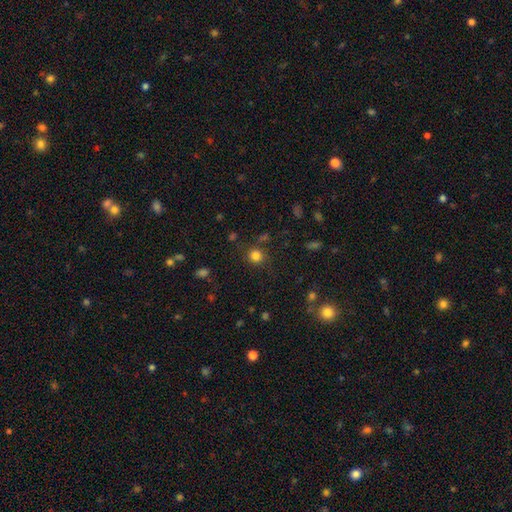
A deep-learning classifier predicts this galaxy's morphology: This appears to be a smooth galaxy with no disk features (81%) that is round (87%). Merging: none (82%).